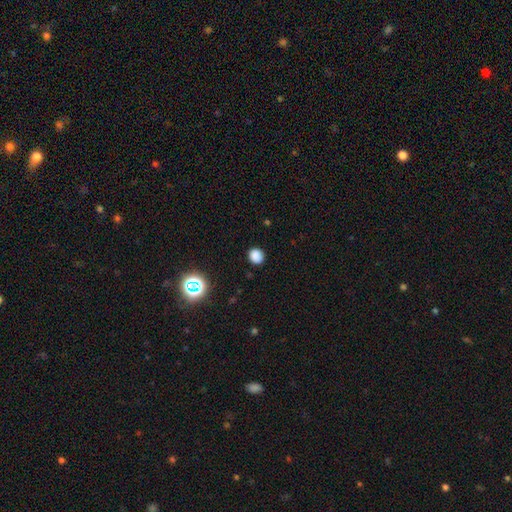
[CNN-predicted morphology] Overall: smooth (84%). How rounded: round (82%). Merging: none (89%).